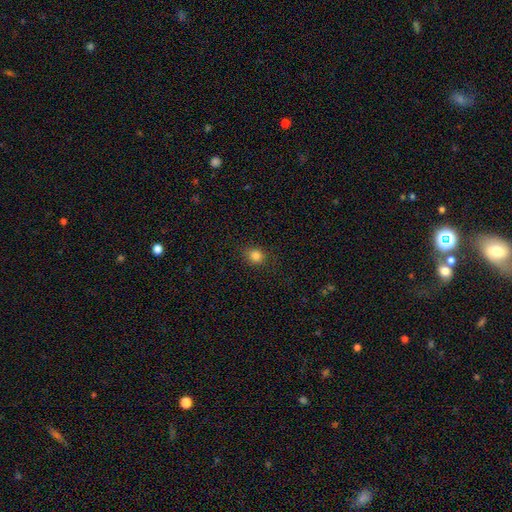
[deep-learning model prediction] smooth_or_featured: smooth (p=0.82) [alt: star or artifact p=0.12]
how_rounded: round (p=0.74) [alt: in between p=0.25]
merging: none (p=0.87) [alt: minor disturbance p=0.09]